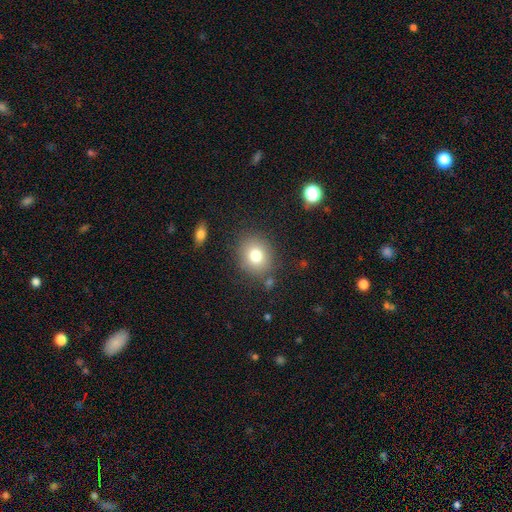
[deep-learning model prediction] smooth_or_featured: smooth (p=0.78) [alt: star or artifact p=0.11]
how_rounded: round (p=0.68) [alt: in between p=0.31]
merging: none (p=0.81) [alt: minor disturbance p=0.11]